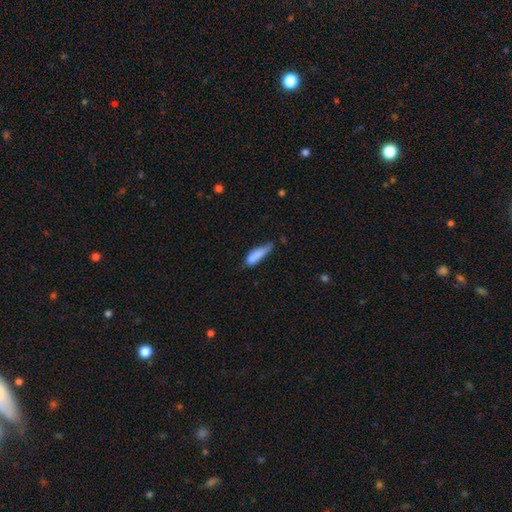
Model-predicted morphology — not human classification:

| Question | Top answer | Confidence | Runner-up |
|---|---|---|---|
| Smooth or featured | smooth | 79% | featured or disk (13%) |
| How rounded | cigar-shaped | 54% | in between (44%) |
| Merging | minor disturbance | 40% | none (33%) |